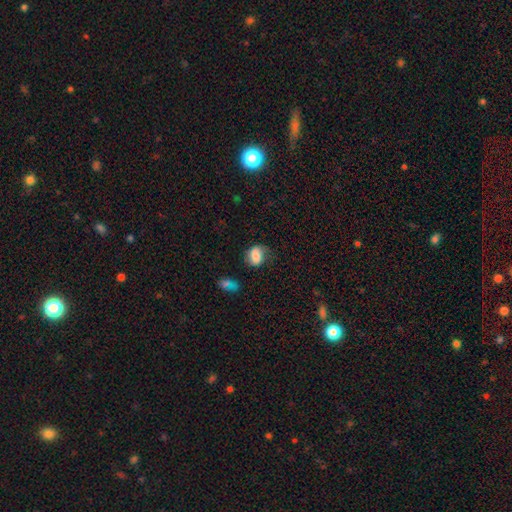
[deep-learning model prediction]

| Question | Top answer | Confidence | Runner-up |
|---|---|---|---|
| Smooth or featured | smooth | 70% | featured or disk (21%) |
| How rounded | in between | 62% | round (37%) |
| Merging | none | 59% | minor disturbance (27%) |